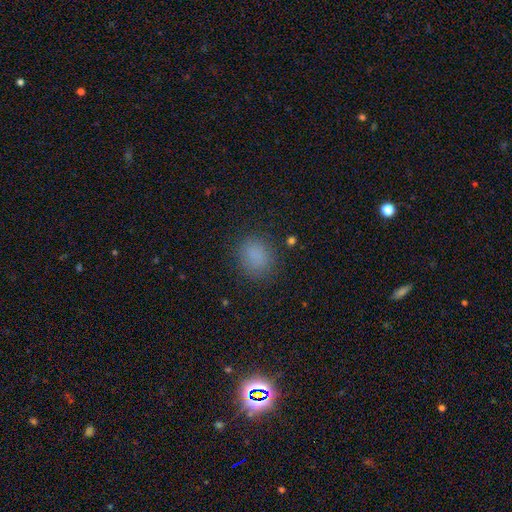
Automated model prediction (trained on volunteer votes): The model was most divided on "how rounded": round: 63%, in between: 36%, cigar-shaped: 1%. More confident: merging — none (83%); smooth or featured — smooth (82%).